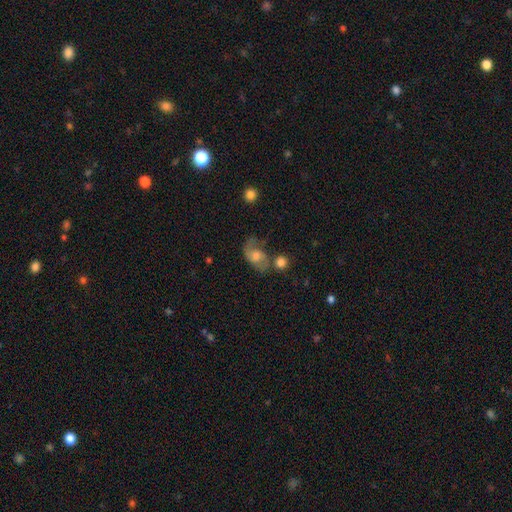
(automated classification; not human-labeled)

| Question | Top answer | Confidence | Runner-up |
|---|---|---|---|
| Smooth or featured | featured or disk | 59% | smooth (31%) |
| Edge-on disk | no | 96% | yes (4%) |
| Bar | no | 61% | weak (33%) |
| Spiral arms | yes | 85% | no (15%) |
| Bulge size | moderate | 54% | small (19%) |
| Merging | none | 50% | minor disturbance (22%) |